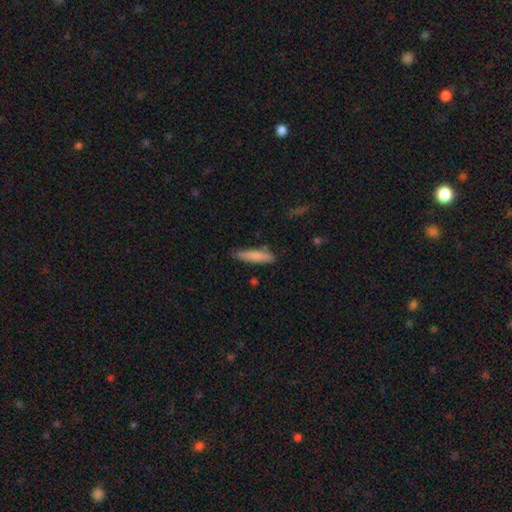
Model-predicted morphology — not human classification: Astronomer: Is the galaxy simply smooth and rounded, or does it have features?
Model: smooth — 80%.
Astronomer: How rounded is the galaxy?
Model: cigar-shaped — 81%.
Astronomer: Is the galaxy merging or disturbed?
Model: none — 80%.